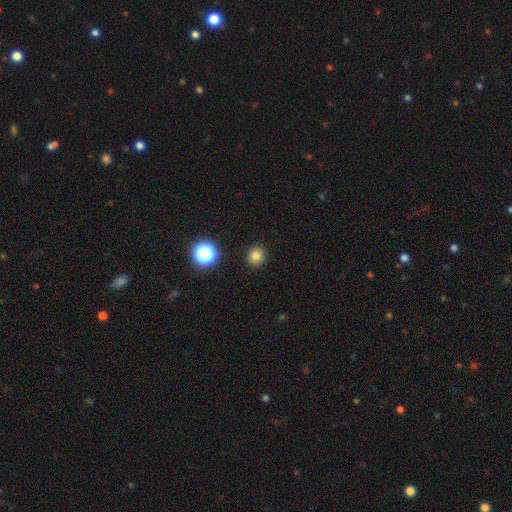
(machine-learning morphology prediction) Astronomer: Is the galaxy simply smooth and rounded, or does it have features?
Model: smooth — 80%.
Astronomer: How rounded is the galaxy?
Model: round — 88%.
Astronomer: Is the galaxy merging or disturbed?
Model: none — 91%.